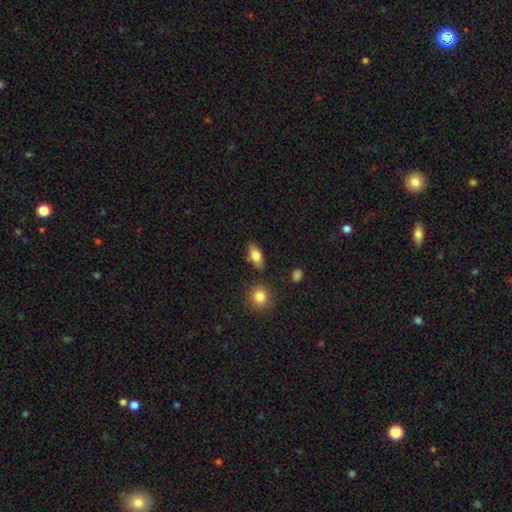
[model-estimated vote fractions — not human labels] Overall: smooth (77%). How rounded: in between (85%). Merging: none (79%).